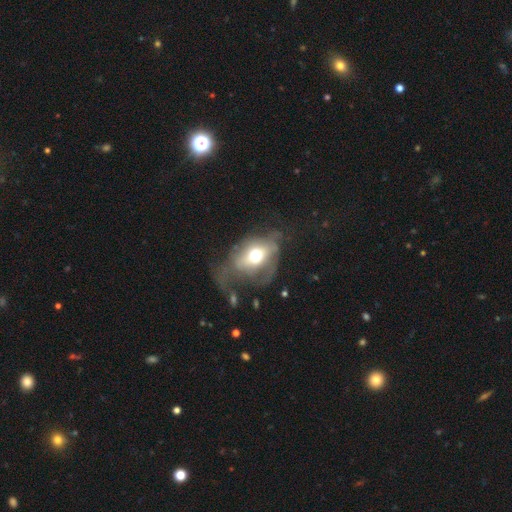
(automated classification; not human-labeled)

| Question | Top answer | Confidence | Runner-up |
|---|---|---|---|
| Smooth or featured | smooth | 46% | featured or disk (44%) |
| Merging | major disturbance | 48% | none (27%) |